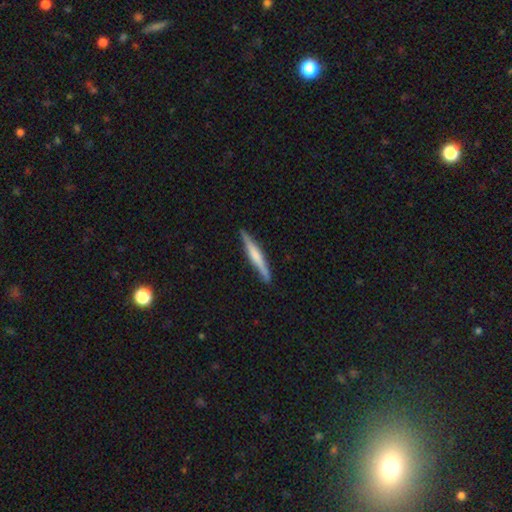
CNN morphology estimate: This appears to be a featured or disk galaxy (53%) viewed edge-on (97%) with a rounded central bulge (39%). Merging: none (89%).